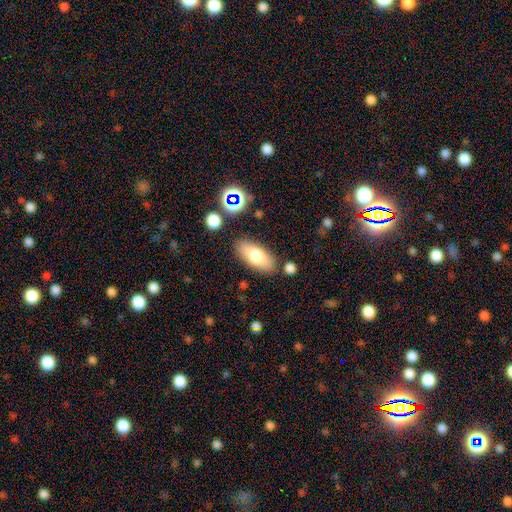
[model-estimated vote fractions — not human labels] Overall: smooth (73%). How rounded: in between (83%). Merging: none (84%).